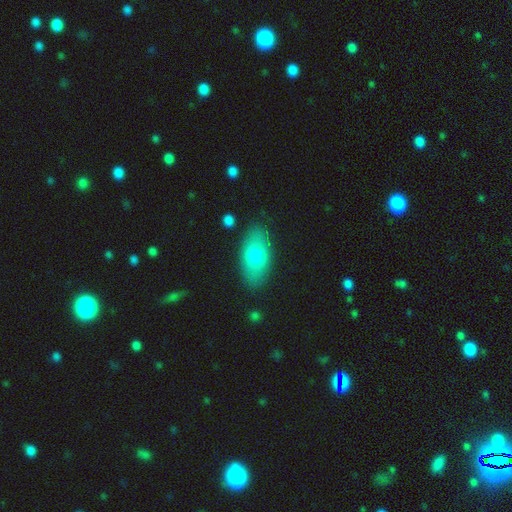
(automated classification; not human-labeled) This is likely a smooth galaxy (72%). How rounded: clearly in between (91%). Merging: clearly none (81%).